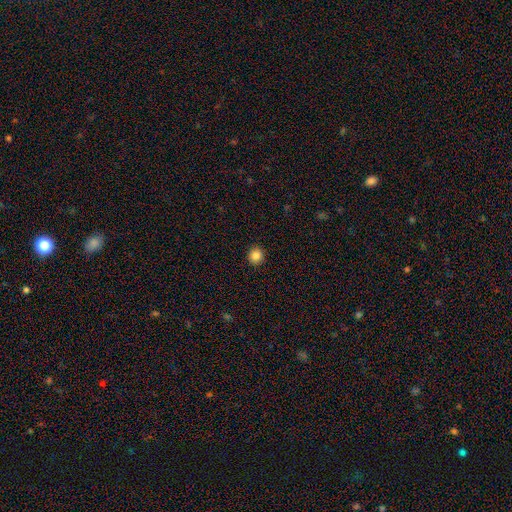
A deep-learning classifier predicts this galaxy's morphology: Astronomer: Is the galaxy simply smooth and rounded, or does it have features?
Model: smooth — 85%.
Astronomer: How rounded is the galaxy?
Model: round — 91%.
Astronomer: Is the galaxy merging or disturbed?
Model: none — 93%.